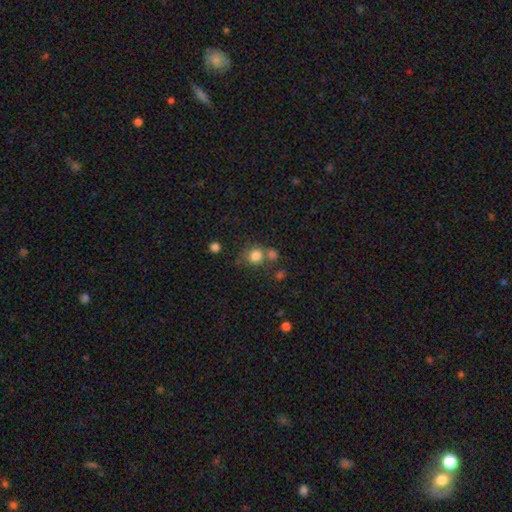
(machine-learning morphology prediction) smooth_or_featured: smooth (p=0.81) [alt: star or artifact p=0.12]
how_rounded: round (p=0.82) [alt: in between p=0.17]
merging: none (p=0.59) [alt: merger p=0.23]